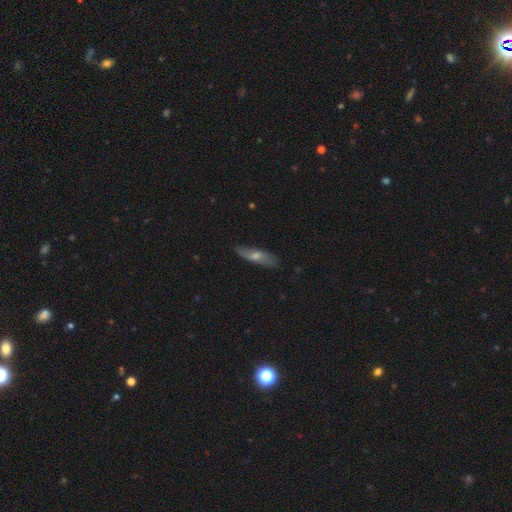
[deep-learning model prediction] A featured or disk galaxy (53%) viewed edge-on (54%).

Vote fractions:
- Smooth or featured? featured or disk: 53% / smooth: 40% / star or artifact: 8%
- Edge-on disk? yes: 54% / no: 46%
- Merging? none: 82% / minor disturbance: 15% / major disturbance: 3% / merger: 1%